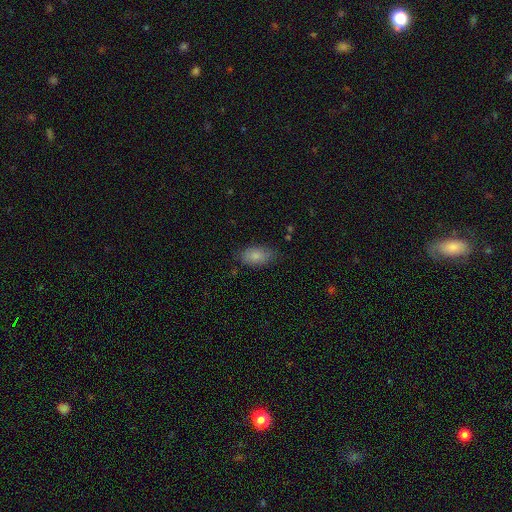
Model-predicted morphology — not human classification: Smooth or featured?
  - smooth: 83% *
  - featured or disk: 9%
  - star or artifact: 8%
How rounded?
  - in between: 92% *
  - round: 5%
  - cigar-shaped: 3%
Merging?
  - none: 76% *
  - minor disturbance: 18%
  - major disturbance: 4%
  - merger: 1%